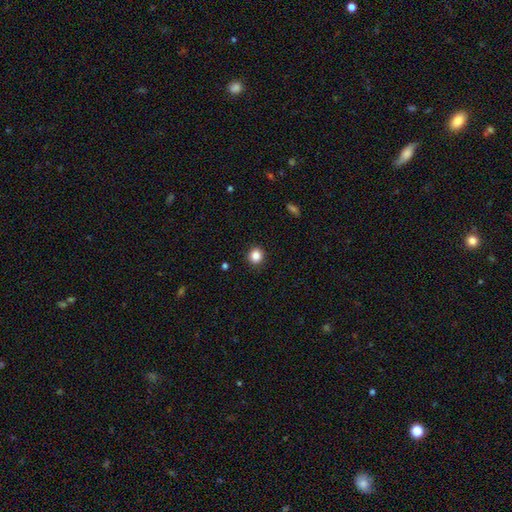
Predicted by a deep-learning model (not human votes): This is clearly a smooth galaxy (86%). How rounded: clearly round (89%). Merging: clearly none (92%).